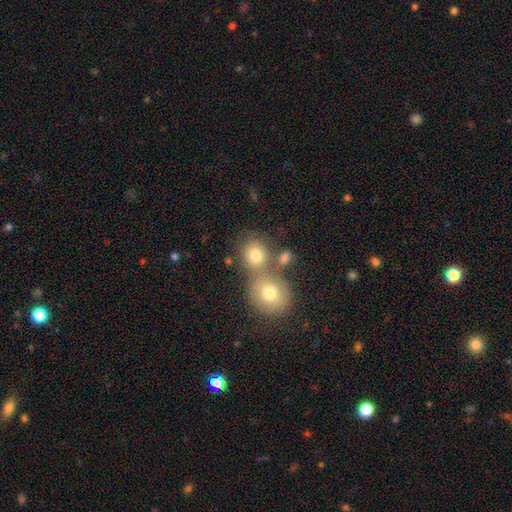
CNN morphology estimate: smooth_or_featured: smooth (p=0.77) [alt: featured or disk p=0.12]
how_rounded: round (p=0.78) [alt: in between p=0.21]
merging: none (p=0.46) [alt: merger p=0.42]